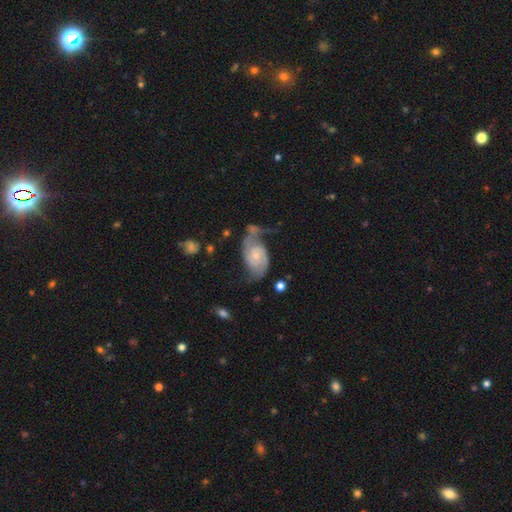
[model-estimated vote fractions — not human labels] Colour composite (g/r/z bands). It shows a featured or disk galaxy (82%) with no bar (64%), 2 (83%) medium (43%) spiral arms (95%) and a small central bulge (61%). Merging: none (40%).